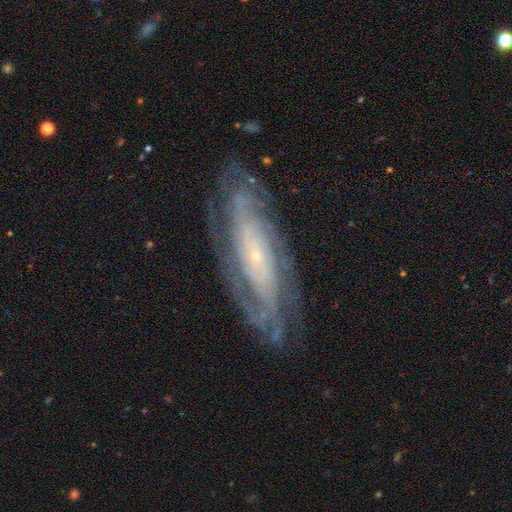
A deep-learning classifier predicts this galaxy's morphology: The model was most divided on "spiral arm count": can't tell: 37%, 4: 18%, more than 4: 14%, 2: 13%, 3: 12%, 1: 6%. More confident: spiral arms — yes (95%); smooth or featured — featured or disk (85%); edge-on disk — no (85%); bulge size — small (85%); merging — none (79%); spiral winding — tight (71%); bar — no (71%).